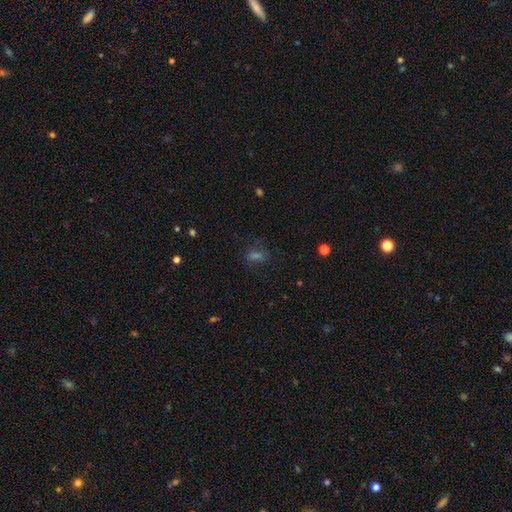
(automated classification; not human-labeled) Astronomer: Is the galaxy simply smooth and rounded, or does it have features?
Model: smooth — 47% (runner-up: star or artifact, 34%).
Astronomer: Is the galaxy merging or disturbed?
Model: none — 71%.